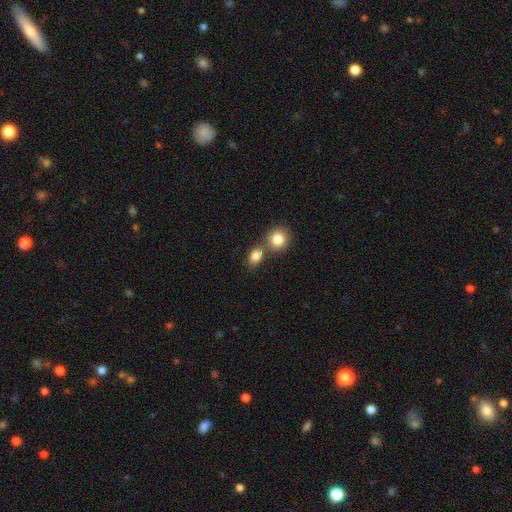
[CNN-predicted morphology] This is clearly a smooth galaxy (83%). How rounded: possibly in between (54%). Merging: possibly none (50%).